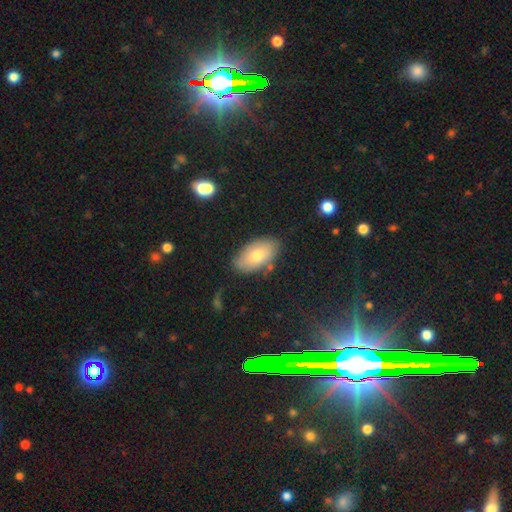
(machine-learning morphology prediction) type=smooth (69%); roundness=in between (93%); merging=none (79%).